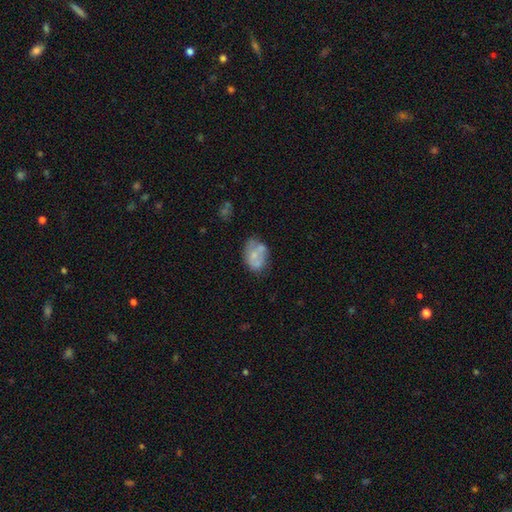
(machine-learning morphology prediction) Smooth or featured?
  - smooth: 49% *
  - featured or disk: 43%
  - star or artifact: 8%
Merging?
  - none: 42% *
  - minor disturbance: 25%
  - merger: 22%
  - major disturbance: 11%